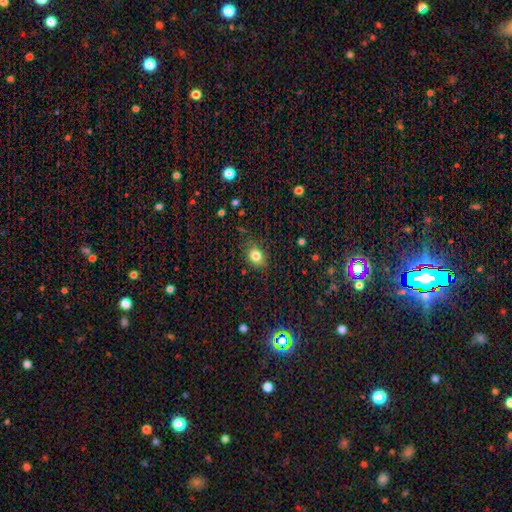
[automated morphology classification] Q: Smooth or featured?
A: smooth (80%); runner-up: star or artifact (12%)
Q: How rounded?
A: in between (53%); runner-up: round (45%)
Q: Merging?
A: none (82%); runner-up: minor disturbance (13%)